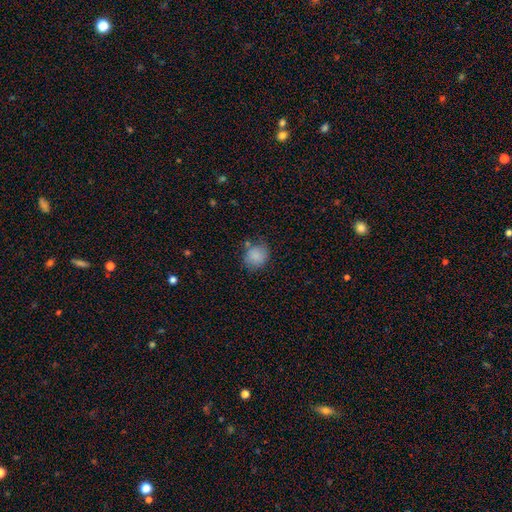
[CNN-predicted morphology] A smooth galaxy with no disk features (84%) that is round (78%). Merging: none (73%).